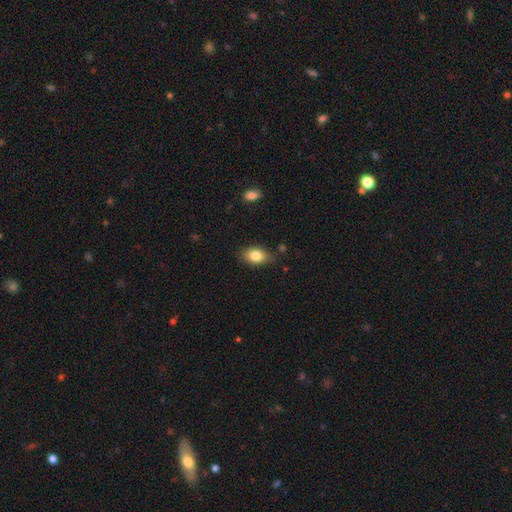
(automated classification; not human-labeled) Q: Smooth or featured?
A: smooth (82%); runner-up: featured or disk (9%)
Q: How rounded?
A: in between (82%); runner-up: round (16%)
Q: Merging?
A: none (78%); runner-up: minor disturbance (17%)